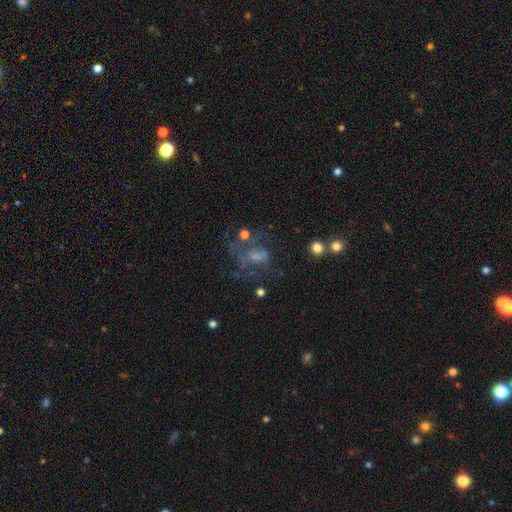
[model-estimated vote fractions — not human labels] Smooth or featured? featured or disk (51%)
Edge-on disk? no (97%)
Merging? none (38%)